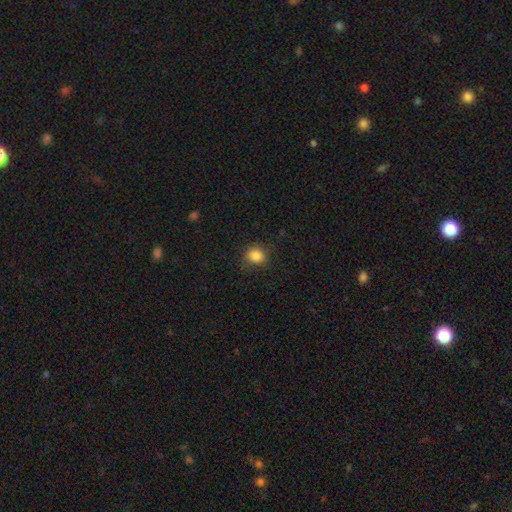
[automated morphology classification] smooth-or-featured: smooth: 86% | star or artifact: 11% | featured or disk: 4%
  how-rounded: round: 76% | in between: 23% | cigar-shaped: 1%
  merging: none: 82% | minor disturbance: 13% | major disturbance: 4% | merger: 1%